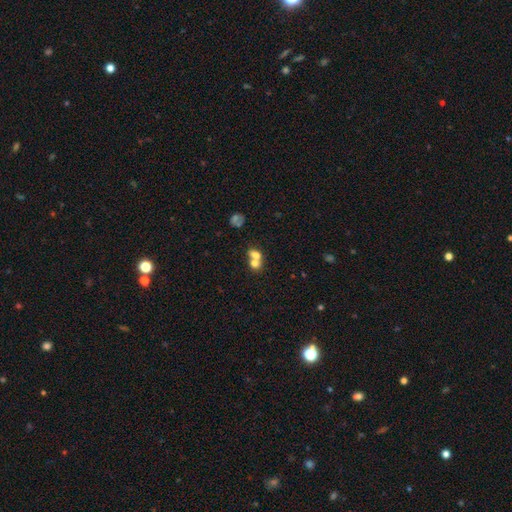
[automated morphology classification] Smooth or featured: smooth — 69% (featured or disk — 19%)
How rounded: round — 50% (in between — 48%)
Merging: merger — 67% (none — 23%)